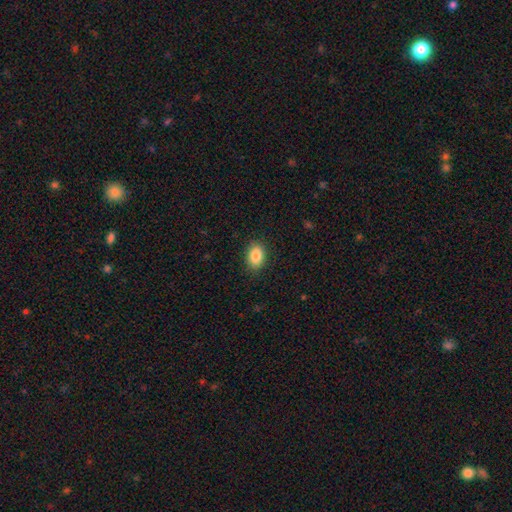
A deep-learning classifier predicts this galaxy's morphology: Q: Smooth or featured?
A: smooth (87%); runner-up: star or artifact (8%)
Q: How rounded?
A: in between (84%); runner-up: round (14%)
Q: Merging?
A: none (88%); runner-up: minor disturbance (9%)